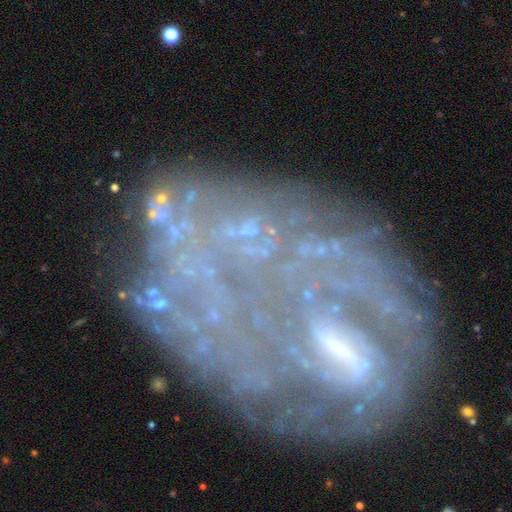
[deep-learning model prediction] This is likely a featured or disk galaxy (66%). It is clearly not viewed edge-on (92%). Bar: possibly no (45%). Spiral arm pattern: likely yes (65%). Central bulge: marginally small (45%). Merging: possibly none (54%).